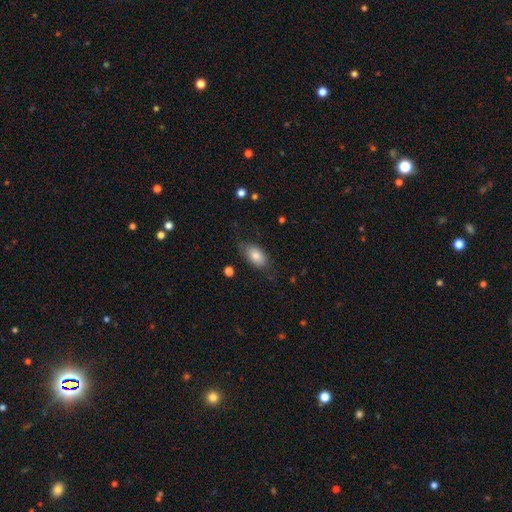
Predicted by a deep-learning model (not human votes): A smooth galaxy with no disk features (79%) that is in between round and cigar-shaped (91%).

Vote fractions:
- Smooth or featured? smooth: 79% / featured or disk: 14% / star or artifact: 7%
- How rounded? in between: 91% / round: 6% / cigar-shaped: 2%
- Merging? none: 70% / minor disturbance: 22% / major disturbance: 6% / merger: 2%